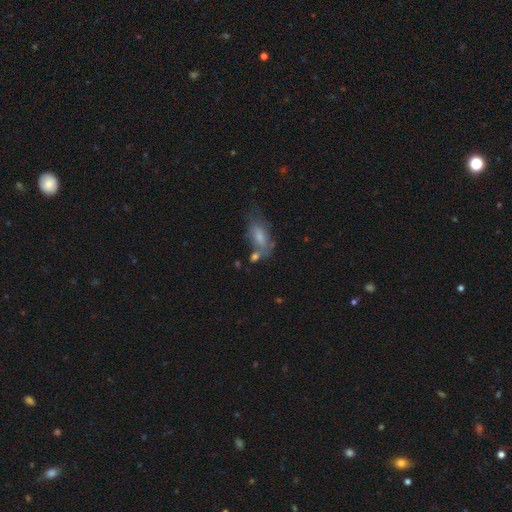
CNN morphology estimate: smooth-or-featured: smooth: 53% | featured or disk: 35% | star or artifact: 12%
  how-rounded: in between: 85% | cigar-shaped: 8% | round: 7%
  merging: none: 46% | minor disturbance: 26% | major disturbance: 15% | merger: 12%